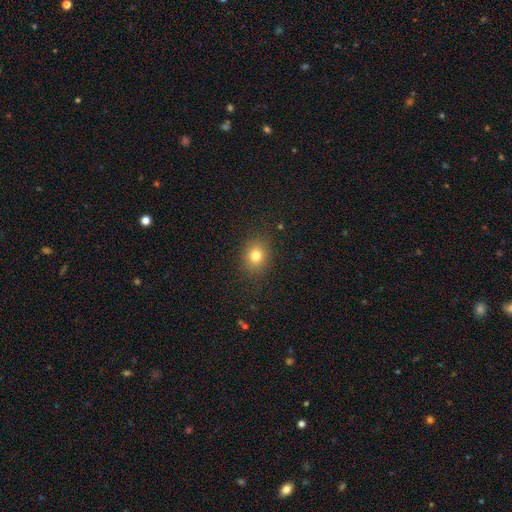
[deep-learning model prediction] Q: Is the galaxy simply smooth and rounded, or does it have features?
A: smooth — 79%.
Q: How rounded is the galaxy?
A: round — 61%.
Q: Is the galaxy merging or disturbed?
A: none — 86%.